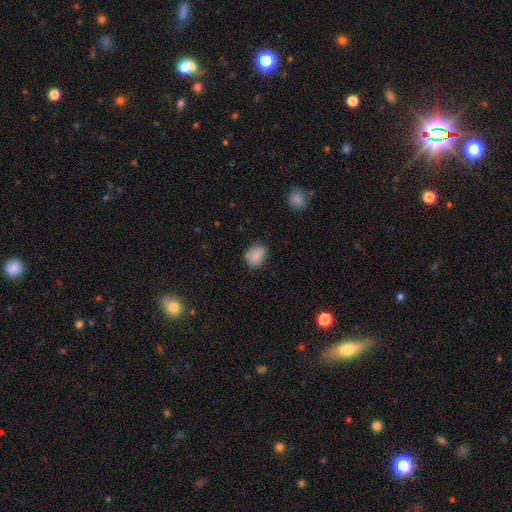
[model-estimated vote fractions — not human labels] Q: Smooth or featured?
A: smooth (85%); runner-up: star or artifact (8%)
Q: How rounded?
A: in between (61%); runner-up: round (38%)
Q: Merging?
A: none (73%); runner-up: minor disturbance (21%)